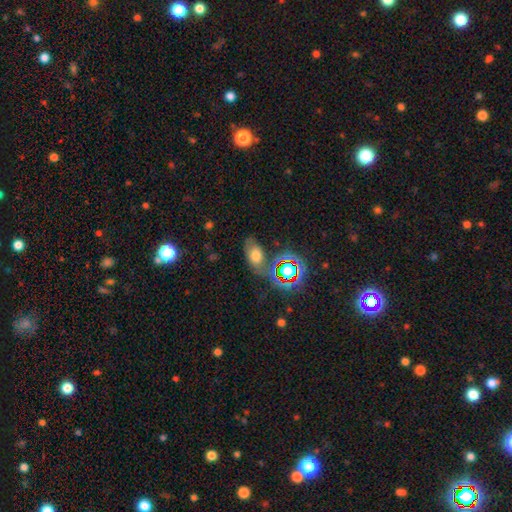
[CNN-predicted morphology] Q: Smooth or featured?
A: smooth (58%); runner-up: star or artifact (21%)
Q: How rounded?
A: in between (84%); runner-up: round (12%)
Q: Merging?
A: none (56%); runner-up: minor disturbance (22%)